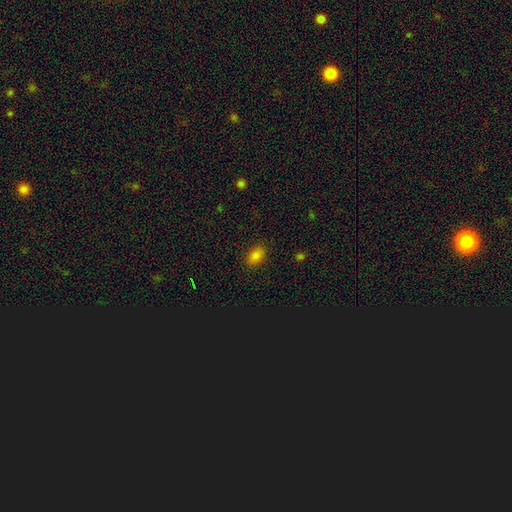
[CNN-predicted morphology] smooth 81%, star or artifact 14%, featured or disk 5%. Down the decision tree: how rounded — in between (88%); merging — none (86%).